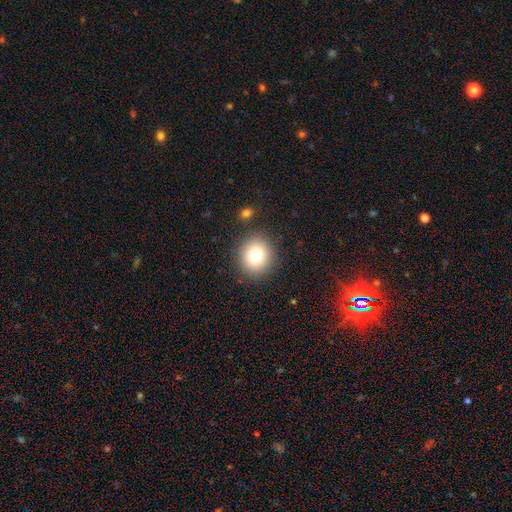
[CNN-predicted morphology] Smooth or featured? Predicted: smooth (p=0.78). How rounded? Predicted: round (p=0.90). Merging? Predicted: none (p=0.88).